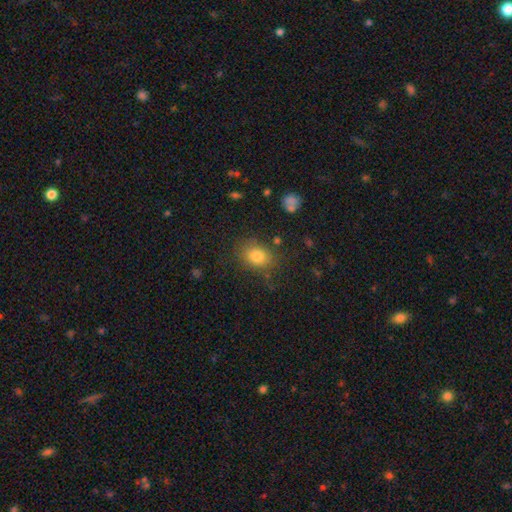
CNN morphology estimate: Overall: smooth (80%). How rounded: in between (58%; round 40%). Merging: none (79%).